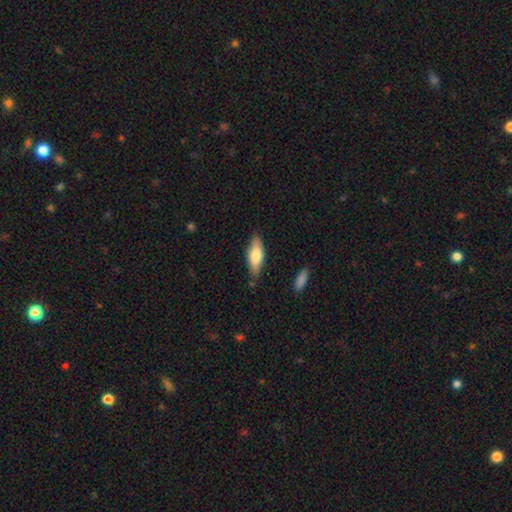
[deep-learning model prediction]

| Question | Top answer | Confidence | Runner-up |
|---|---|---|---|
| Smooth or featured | smooth | 71% | featured or disk (23%) |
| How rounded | in between | 62% | cigar-shaped (36%) |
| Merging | none | 80% | minor disturbance (15%) |